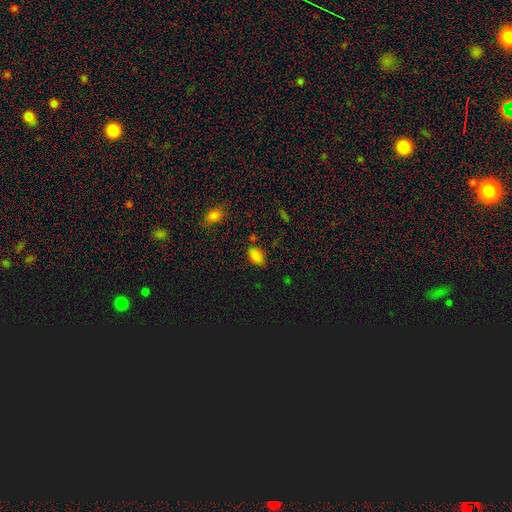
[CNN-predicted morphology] smooth-or-featured: smooth: 77% | star or artifact: 19% | featured or disk: 4%
  how-rounded: in between: 91% | round: 7% | cigar-shaped: 2%
  merging: none: 75% | minor disturbance: 17% | major disturbance: 4% | merger: 4%